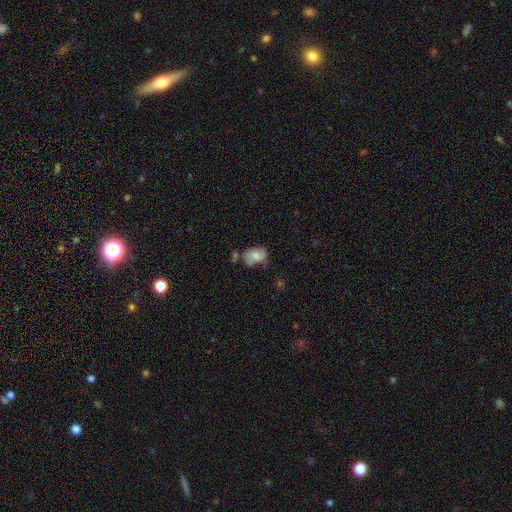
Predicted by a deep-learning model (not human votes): smooth-or-featured: smooth: 66% | featured or disk: 26% | star or artifact: 9%
  how-rounded: in between: 81% | round: 17% | cigar-shaped: 1%
  merging: none: 46% | minor disturbance: 31% | merger: 12% | major disturbance: 11%